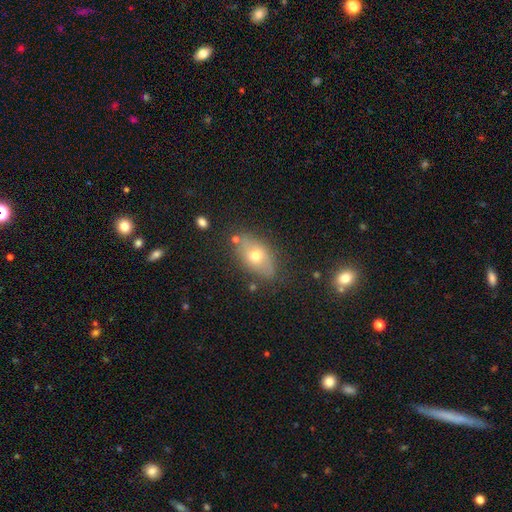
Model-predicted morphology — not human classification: Q: Smooth or featured?
A: smooth (61%); runner-up: featured or disk (29%)
Q: How rounded?
A: in between (84%); runner-up: round (13%)
Q: Merging?
A: none (77%); runner-up: minor disturbance (15%)